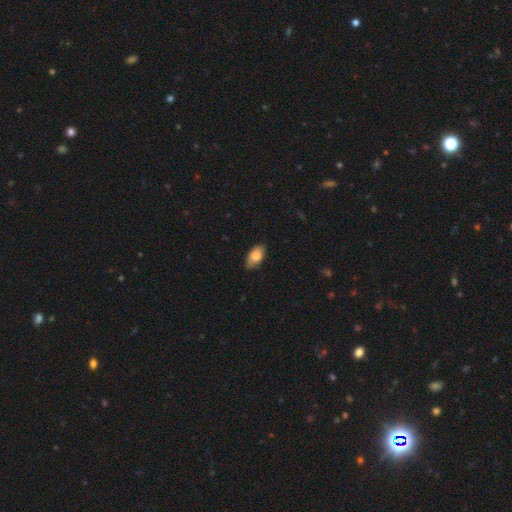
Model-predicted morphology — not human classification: type=smooth (79%); roundness=in between (93%); merging=none (83%).